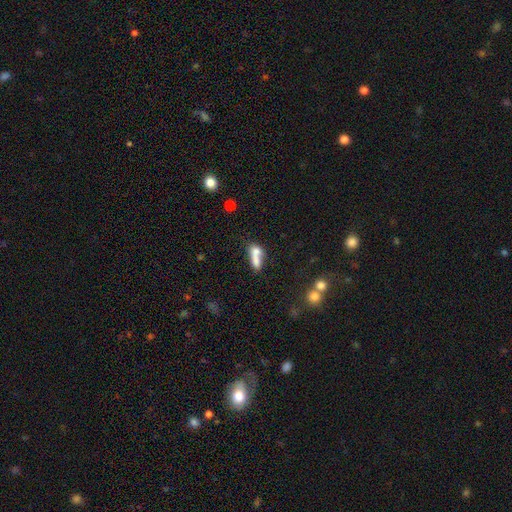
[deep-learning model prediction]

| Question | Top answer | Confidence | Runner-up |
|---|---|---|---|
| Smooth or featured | smooth | 69% | featured or disk (20%) |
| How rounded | in between | 60% | cigar-shaped (30%) |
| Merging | merger | 54% | none (26%) |